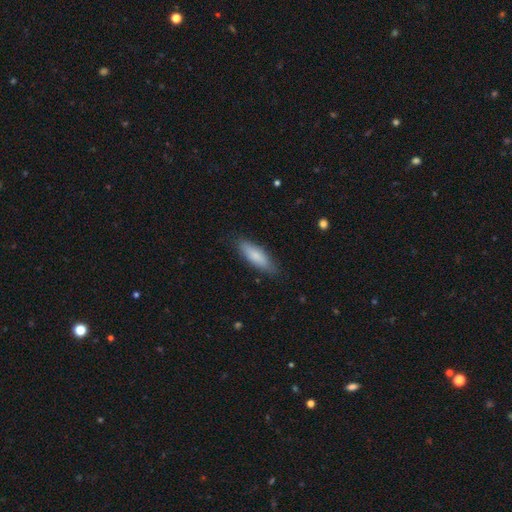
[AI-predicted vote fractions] Smooth or featured? Predicted: smooth (p=0.80). How rounded? Predicted: cigar-shaped (p=0.50). Merging? Predicted: none (p=0.83).